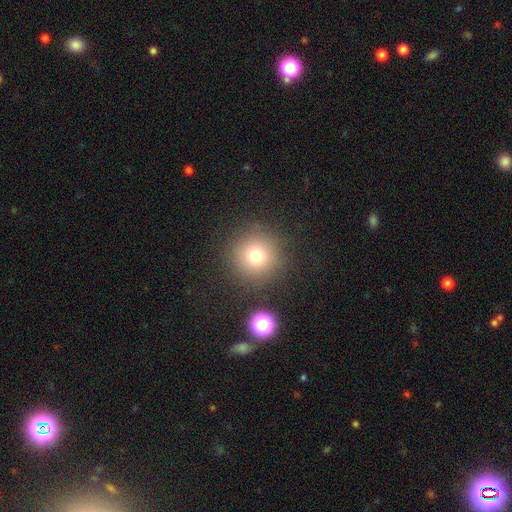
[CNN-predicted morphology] Q: Smooth or featured?
A: smooth (75%); runner-up: star or artifact (16%)
Q: How rounded?
A: round (95%); runner-up: in between (4%)
Q: Merging?
A: none (86%); runner-up: minor disturbance (7%)